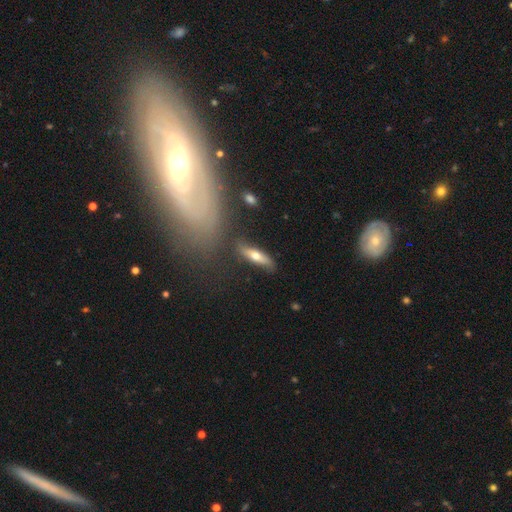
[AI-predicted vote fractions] A smooth galaxy with no disk features (57%) that is cigar-shaped (62%).

Vote fractions:
- Smooth or featured? smooth: 57% / featured or disk: 37% / star or artifact: 6%
- How rounded? cigar-shaped: 62% / in between: 35% / round: 3%
- Merging? none: 78% / minor disturbance: 14% / merger: 4% / major disturbance: 4%